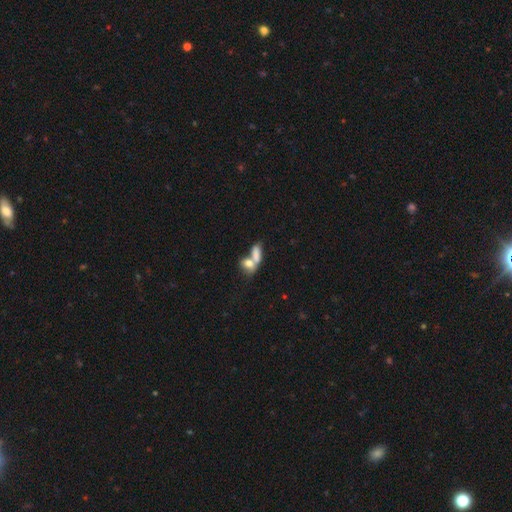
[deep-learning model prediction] smooth-or-featured: smooth: 73% | featured or disk: 18% | star or artifact: 9%
  how-rounded: in between: 70% | round: 17% | cigar-shaped: 13%
  merging: merger: 64% | none: 22% | minor disturbance: 8% | major disturbance: 6%